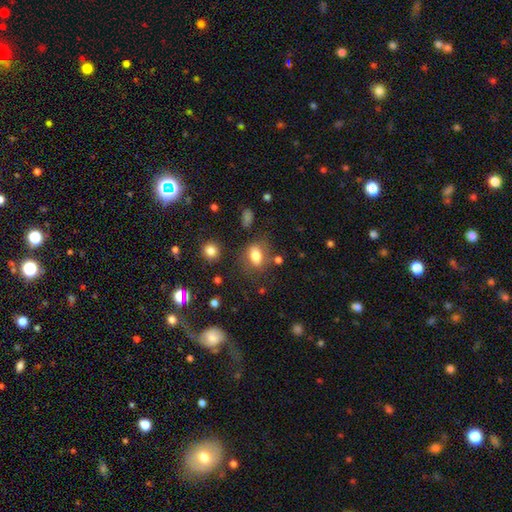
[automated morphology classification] A smooth galaxy with no disk features (77%) that is in between round and cigar-shaped (78%).

Vote fractions:
- Smooth or featured? smooth: 77% / featured or disk: 12% / star or artifact: 11%
- How rounded? in between: 78% / round: 19% / cigar-shaped: 3%
- Merging? none: 66% / minor disturbance: 18% / major disturbance: 9% / merger: 7%